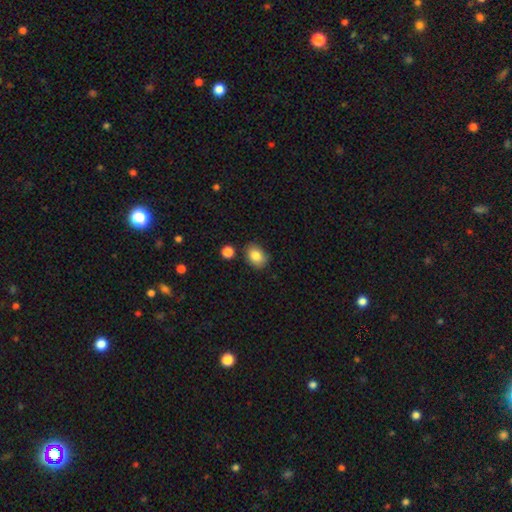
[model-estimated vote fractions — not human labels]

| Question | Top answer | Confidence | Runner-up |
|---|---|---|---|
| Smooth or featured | smooth | 84% | star or artifact (9%) |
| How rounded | in between | 65% | round (34%) |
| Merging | none | 79% | minor disturbance (14%) |